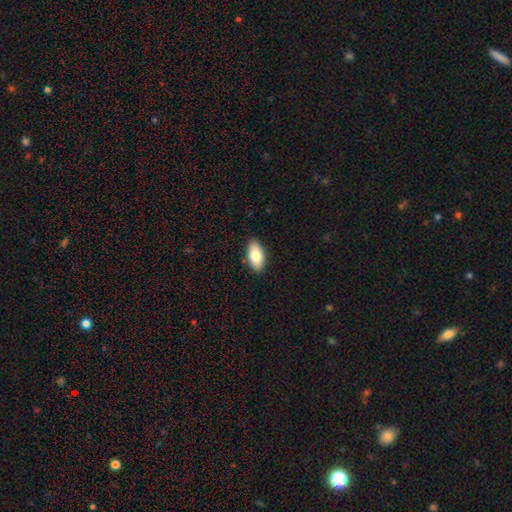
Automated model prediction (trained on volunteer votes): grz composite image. It shows a smooth galaxy with no disk features (81%) that is in between round and cigar-shaped (91%). Merging: none (89%).